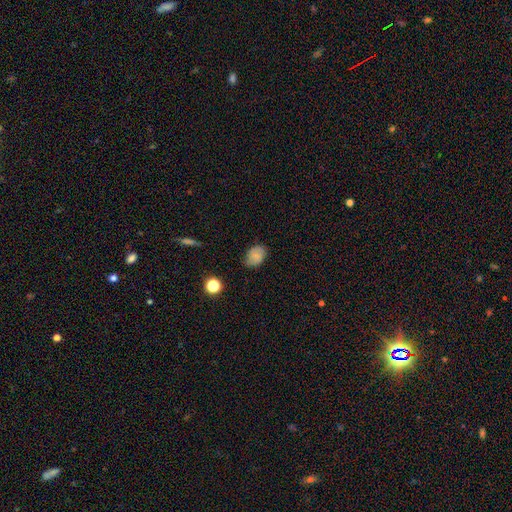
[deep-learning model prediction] smooth_or_featured: smooth (p=0.78) [alt: featured or disk p=0.12]
how_rounded: in between (p=0.76) [alt: round p=0.23]
merging: none (p=0.76) [alt: minor disturbance p=0.19]